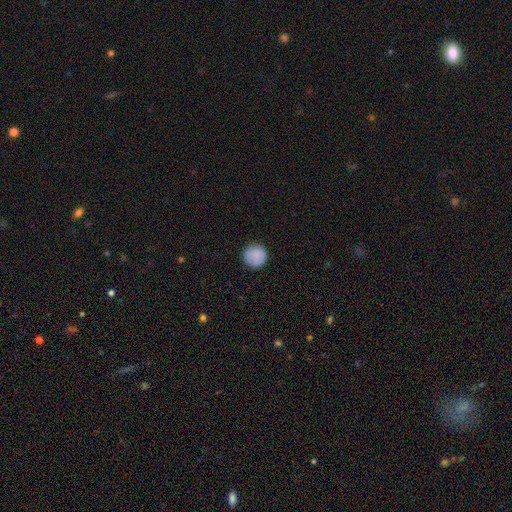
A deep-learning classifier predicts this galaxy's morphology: smooth-or-featured: smooth: 87% | star or artifact: 8% | featured or disk: 5%
  how-rounded: round: 95% | in between: 4% | cigar-shaped: 1%
  merging: none: 89% | minor disturbance: 8% | major disturbance: 2% | merger: 1%